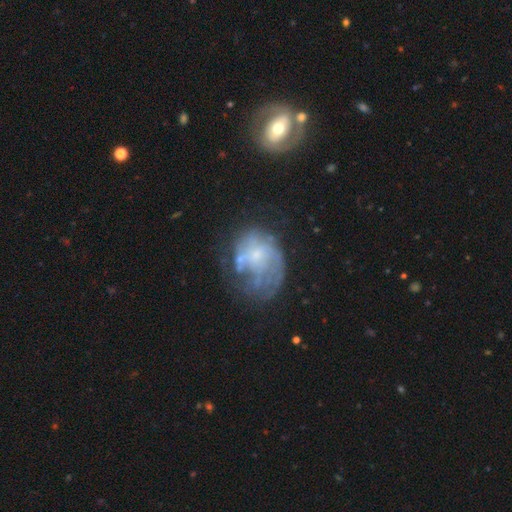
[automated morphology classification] Smooth or featured: featured or disk — 60% (smooth — 29%)
Edge-on disk: no — 98% (yes — 2%)
Bar: no — 78% (weak — 19%)
Spiral arms: no — 58% (yes — 42%)
Bulge size: small — 49% (moderate — 24%)
Merging: none — 39% (major disturbance — 32%)